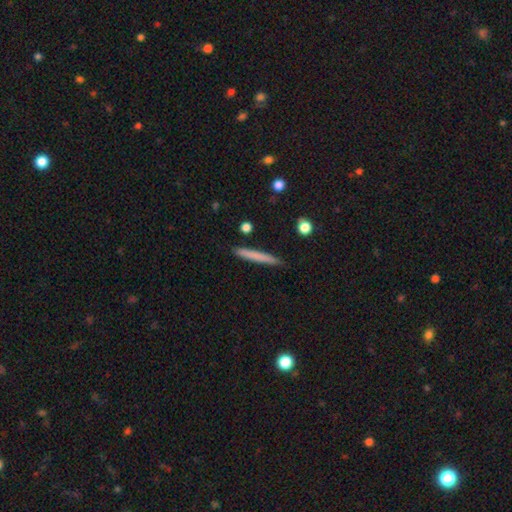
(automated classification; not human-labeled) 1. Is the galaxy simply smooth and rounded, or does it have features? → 72% smooth, 22% featured or disk, 6% star or artifact.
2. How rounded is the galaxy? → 96% cigar-shaped, 3% in between, 1% round.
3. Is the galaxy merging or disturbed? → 89% none, 8% minor disturbance, 2% major disturbance, 2% merger.